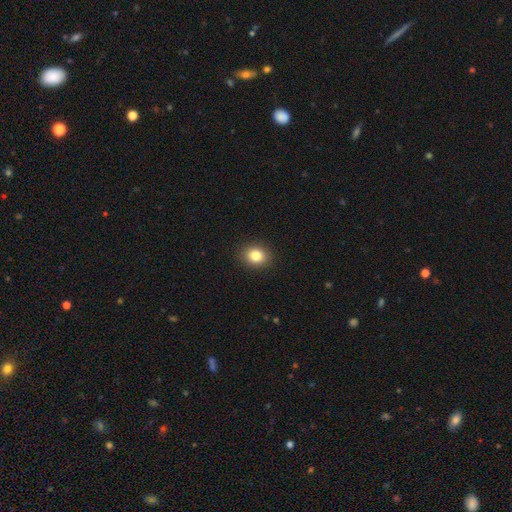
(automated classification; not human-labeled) smooth 83%, star or artifact 10%, featured or disk 6%. Down the decision tree: how rounded — round (60%); merging — none (91%).